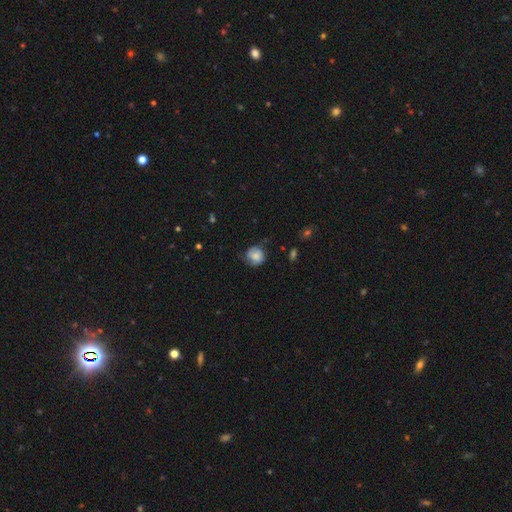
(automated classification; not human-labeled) smooth-or-featured: smooth: 68% | featured or disk: 23% | star or artifact: 9%
  how-rounded: round: 79% | in between: 20% | cigar-shaped: 1%
  merging: none: 59% | minor disturbance: 28% | major disturbance: 11% | merger: 2%